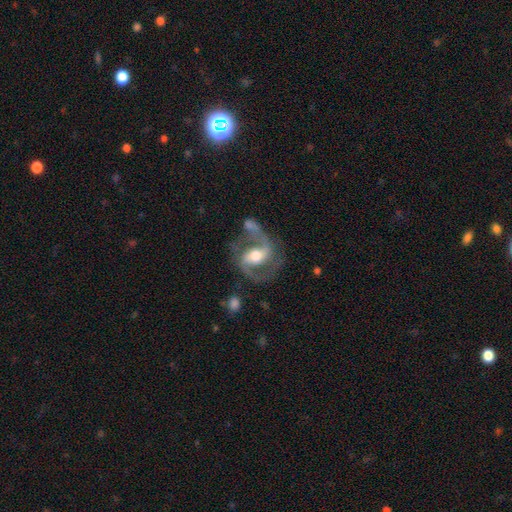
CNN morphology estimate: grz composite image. It shows a featured or disk galaxy (89%) with a weak bar (40%), 2 (93%) medium (58%) spiral arms (96%) and a moderate central bulge (69%). Merging: none (64%).